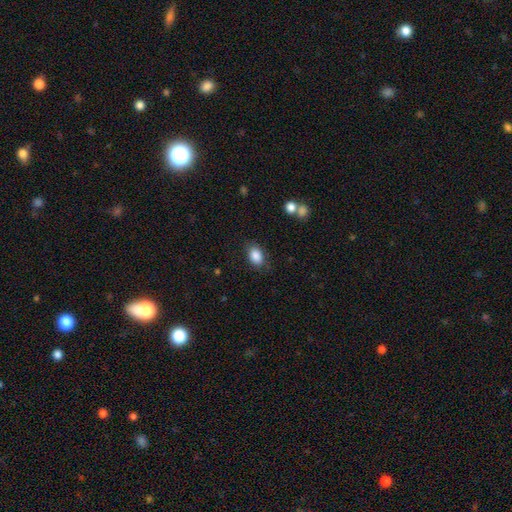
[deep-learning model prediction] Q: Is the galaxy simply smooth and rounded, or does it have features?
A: smooth — 87%.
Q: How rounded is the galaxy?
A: in between — 85%.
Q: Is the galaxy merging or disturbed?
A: none — 79%.